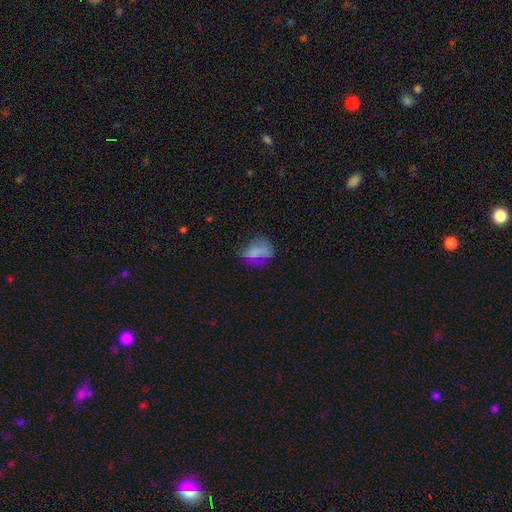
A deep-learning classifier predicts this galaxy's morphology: A smooth galaxy with no disk features (69%) that is in between round and cigar-shaped (69%).

Vote fractions:
- Smooth or featured? smooth: 69% / featured or disk: 18% / star or artifact: 13%
- How rounded? in between: 69% / round: 28% / cigar-shaped: 3%
- Merging? none: 48% / minor disturbance: 28% / major disturbance: 20% / merger: 4%